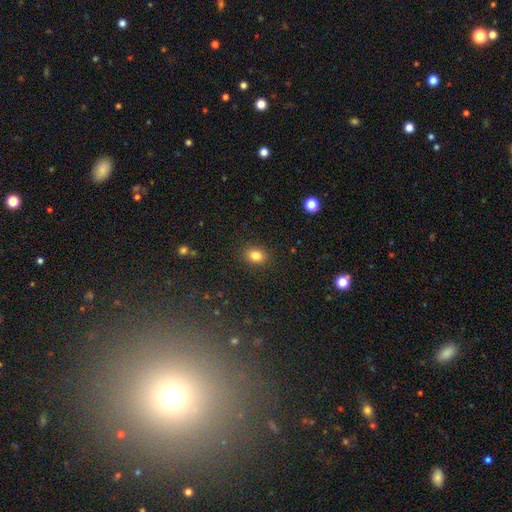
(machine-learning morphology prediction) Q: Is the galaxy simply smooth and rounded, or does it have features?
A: smooth — 83%.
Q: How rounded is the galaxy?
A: in between — 55%.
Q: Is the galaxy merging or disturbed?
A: none — 88%.